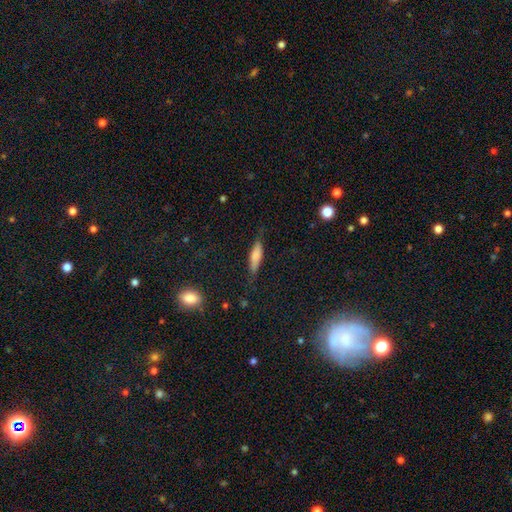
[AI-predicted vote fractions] The model was most divided on "how rounded": cigar-shaped: 62%, in between: 36%, round: 2%. More confident: merging — none (74%); smooth or featured — smooth (72%).